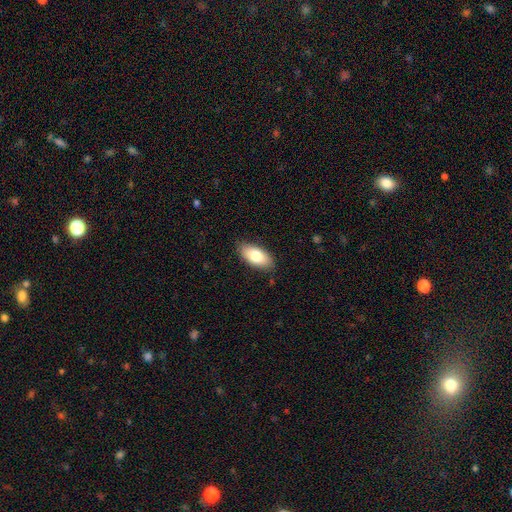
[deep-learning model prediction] This appears to be a smooth galaxy with no disk features (79%) that is in between round and cigar-shaped (92%). Merging: none (85%).